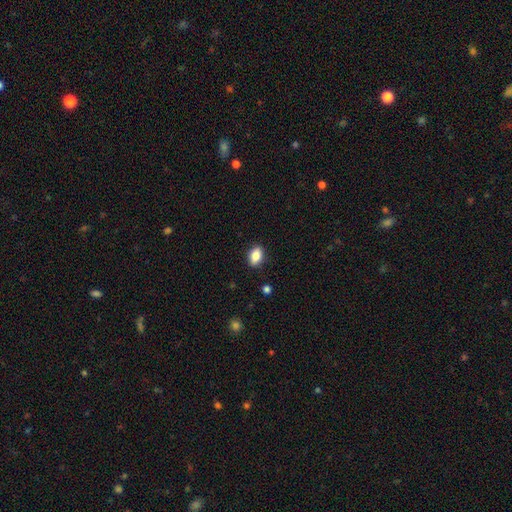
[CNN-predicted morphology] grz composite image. It shows a smooth galaxy with no disk features (85%) that is in between round and cigar-shaped (86%). Merging: none (87%).